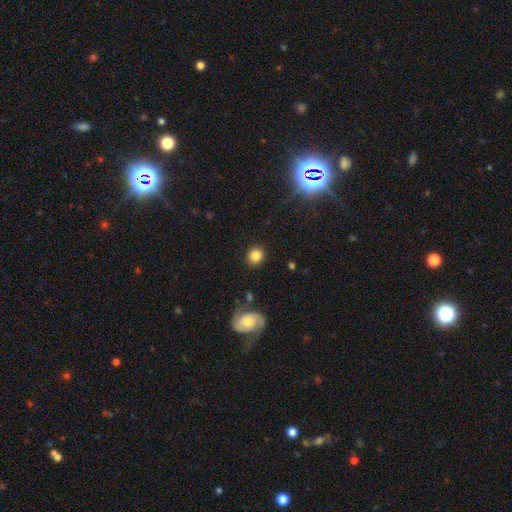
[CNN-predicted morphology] Smooth or featured: smooth — 82% (star or artifact — 11%)
How rounded: round — 87% (in between — 12%)
Merging: none — 86% (minor disturbance — 8%)